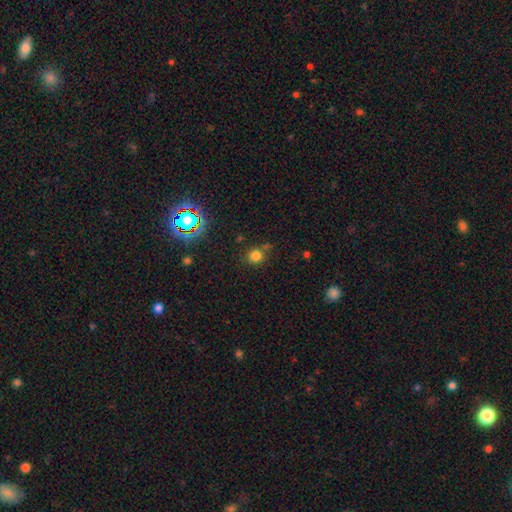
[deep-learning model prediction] Morphology: type=smooth (76%); roundness=round (88%); merging=none (72%).